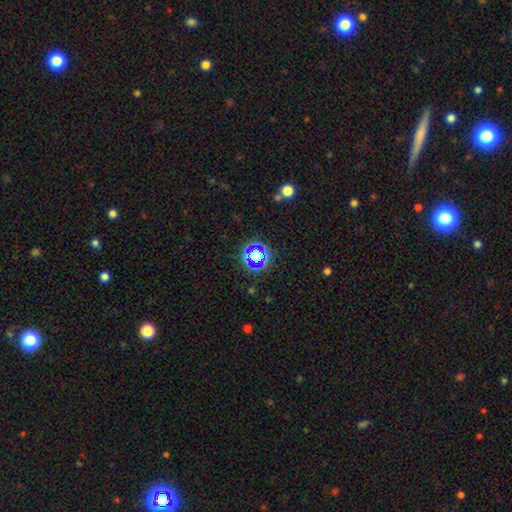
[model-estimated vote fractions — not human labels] The model was most divided on "smooth or featured": star or artifact: 59%, smooth: 29%, featured or disk: 12%.